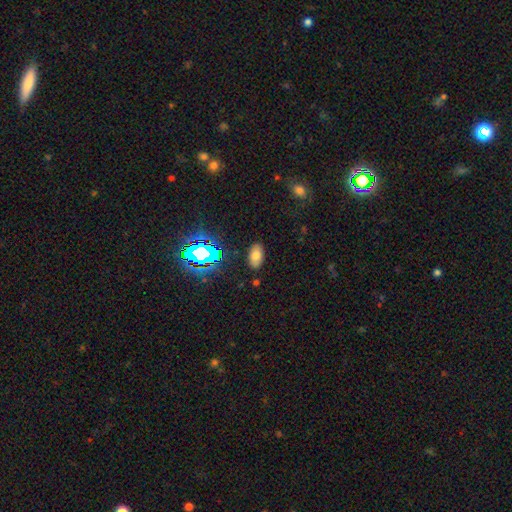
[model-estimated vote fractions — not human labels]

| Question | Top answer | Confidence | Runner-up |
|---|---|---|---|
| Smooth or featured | smooth | 68% | star or artifact (20%) |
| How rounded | in between | 92% | round (6%) |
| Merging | none | 85% | minor disturbance (10%) |